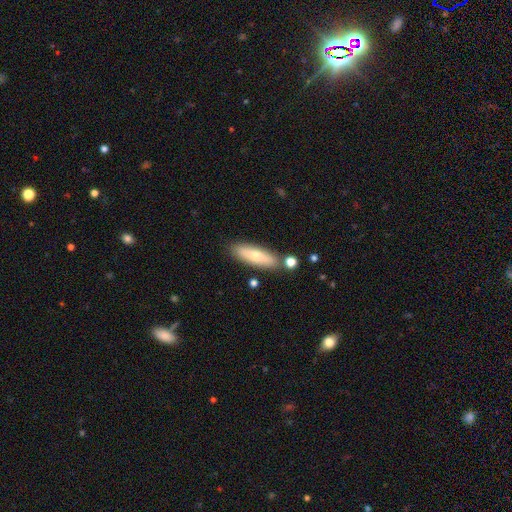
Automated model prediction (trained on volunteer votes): Smooth or featured? Predicted: smooth (p=0.65). How rounded? Predicted: cigar-shaped (p=0.57). Merging? Predicted: none (p=0.80).